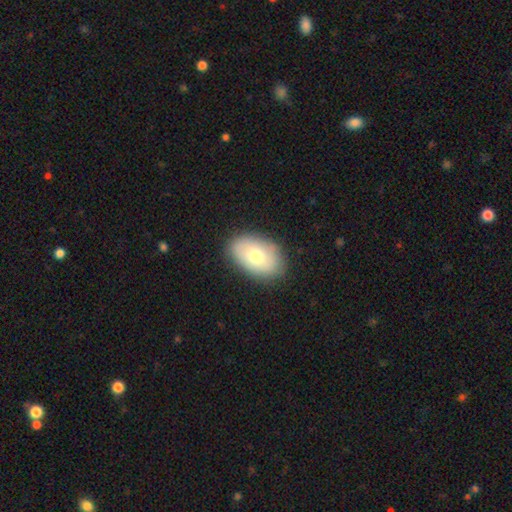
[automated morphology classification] type=smooth (74%); roundness=in between (90%); merging=none (85%).